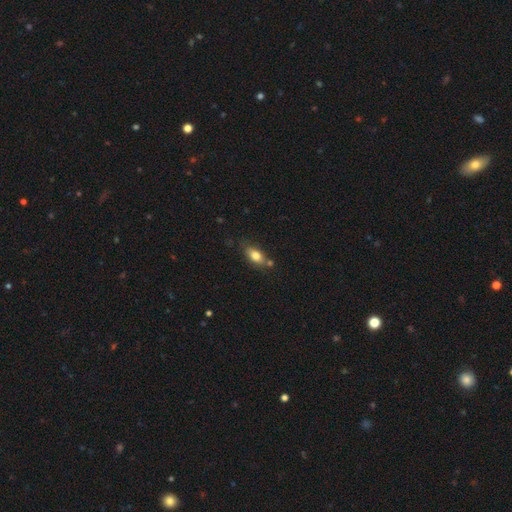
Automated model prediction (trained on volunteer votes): Smooth or featured? smooth (77%)
How rounded? in between (83%)
Merging? none (64%)